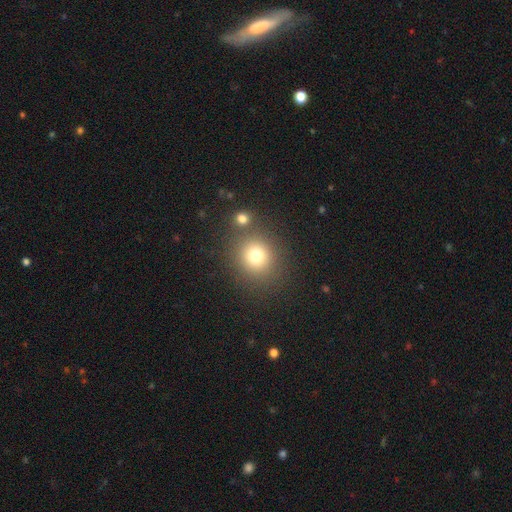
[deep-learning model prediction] Q: Smooth or featured?
A: smooth (76%); runner-up: star or artifact (15%)
Q: How rounded?
A: round (87%); runner-up: in between (12%)
Q: Merging?
A: none (78%); runner-up: merger (10%)